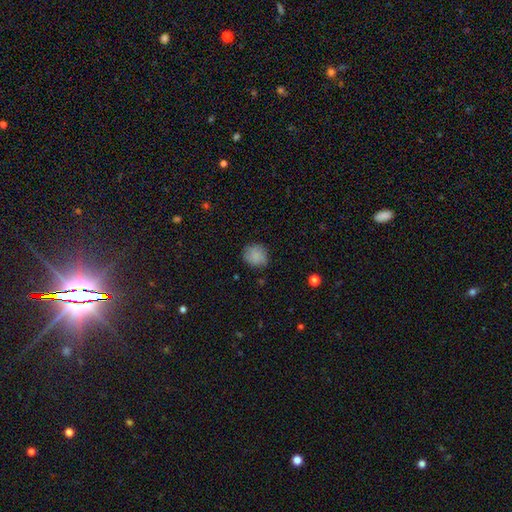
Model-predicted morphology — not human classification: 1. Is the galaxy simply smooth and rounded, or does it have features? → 84% smooth, 8% featured or disk, 8% star or artifact.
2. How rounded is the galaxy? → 75% round, 24% in between, 1% cigar-shaped.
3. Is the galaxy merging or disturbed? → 79% none, 16% minor disturbance, 4% major disturbance, 1% merger.